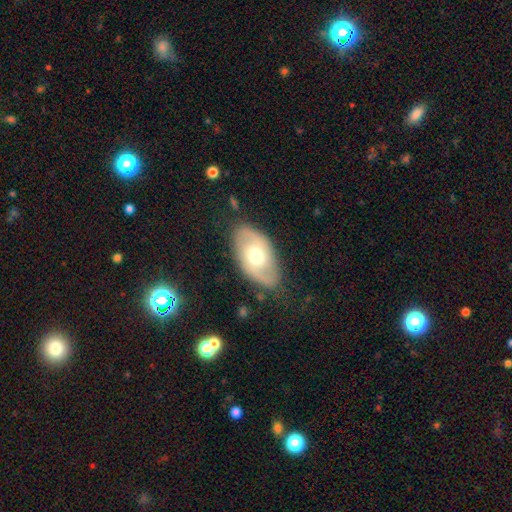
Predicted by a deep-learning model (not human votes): Q: Smooth or featured?
A: featured or disk (62%); runner-up: smooth (32%)
Q: Edge-on disk?
A: no (92%); runner-up: yes (8%)
Q: Bar?
A: no (61%); runner-up: weak (31%)
Q: Spiral arms?
A: yes (72%); runner-up: no (28%)
Q: Bulge size?
A: moderate (73%); runner-up: small (13%)
Q: Merging?
A: none (81%); runner-up: minor disturbance (13%)